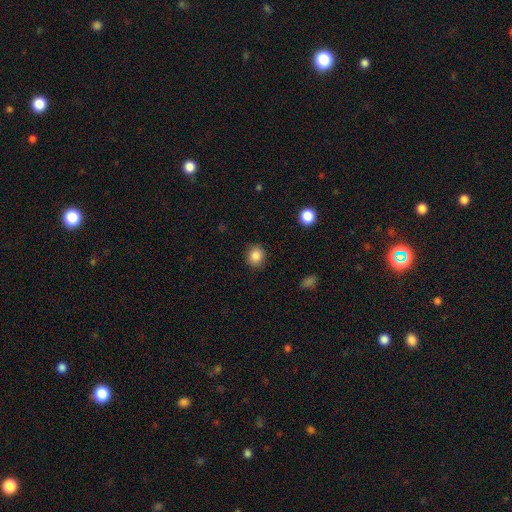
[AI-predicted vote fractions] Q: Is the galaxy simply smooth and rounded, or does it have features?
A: smooth — 86%.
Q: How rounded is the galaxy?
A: round — 80%.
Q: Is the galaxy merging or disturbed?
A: none — 88%.